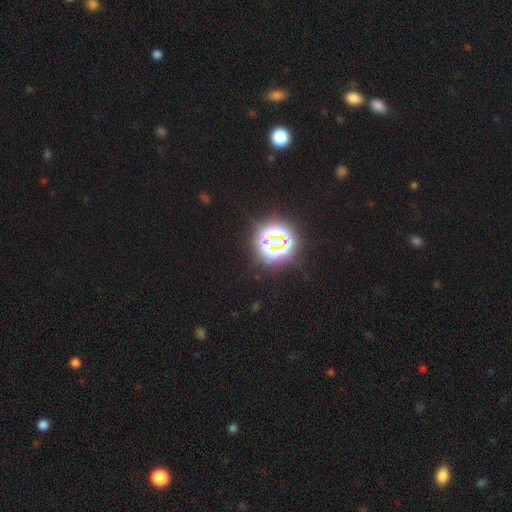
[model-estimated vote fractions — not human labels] A star or artifact, not a galaxy (75%).